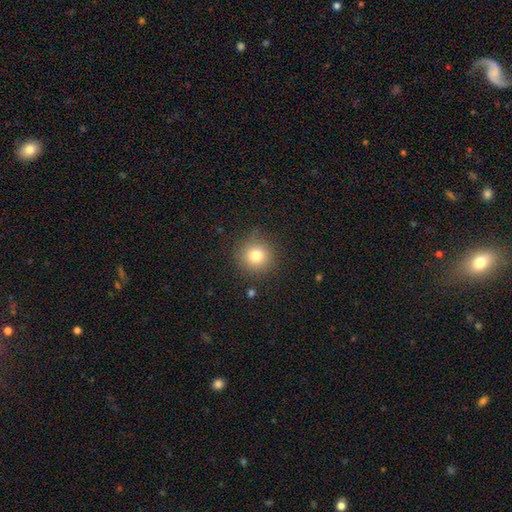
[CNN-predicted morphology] Smooth or featured?
  - smooth: 79% *
  - star or artifact: 12%
  - featured or disk: 9%
How rounded?
  - round: 93% *
  - in between: 6%
  - cigar-shaped: 1%
Merging?
  - none: 86% *
  - minor disturbance: 9%
  - major disturbance: 3%
  - merger: 2%